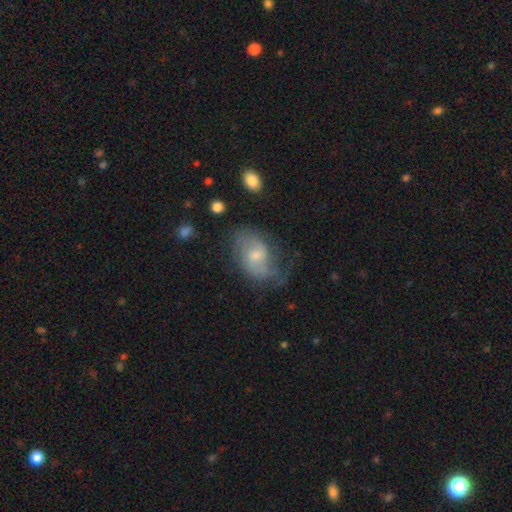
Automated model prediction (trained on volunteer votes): smooth_or_featured: featured or disk (p=0.58) [alt: smooth p=0.33]
disk_edge_on: no (p=0.96) [alt: yes p=0.04]
bar: weak (p=0.47) [alt: no p=0.45]
has_spiral_arms: yes (p=0.83) [alt: no p=0.17]
bulge_size: small (p=0.49) [alt: moderate p=0.41]
merging: none (p=0.53) [alt: minor disturbance p=0.26]